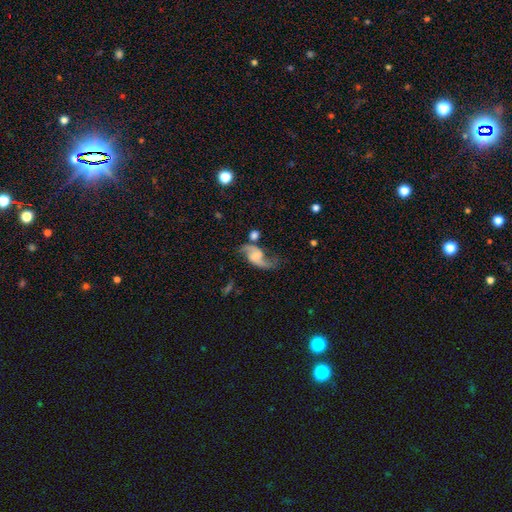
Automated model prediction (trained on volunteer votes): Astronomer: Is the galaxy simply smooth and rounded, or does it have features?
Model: featured or disk — 84%.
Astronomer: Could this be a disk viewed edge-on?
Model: no — 97%.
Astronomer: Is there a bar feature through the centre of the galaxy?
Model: no — 51% (runner-up: weak, 38%).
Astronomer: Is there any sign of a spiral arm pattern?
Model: yes — 95%.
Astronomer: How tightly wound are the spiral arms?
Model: loose — 76%.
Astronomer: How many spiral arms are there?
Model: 2 — 92%.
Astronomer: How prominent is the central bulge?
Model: small — 39% (runner-up: none, 30%).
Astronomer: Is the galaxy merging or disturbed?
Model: none — 59%.